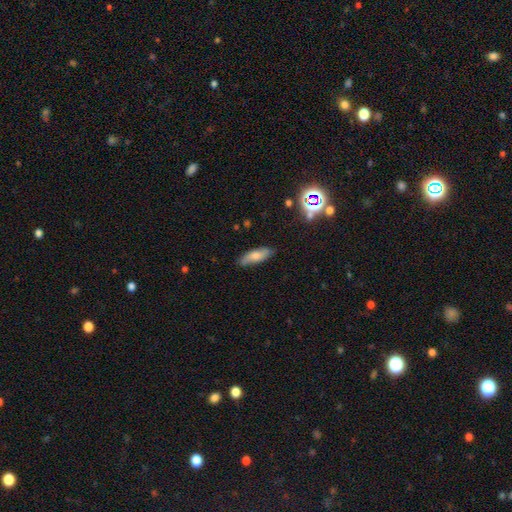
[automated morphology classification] Smooth or featured: smooth — 70% (featured or disk — 22%)
How rounded: in between — 59% (cigar-shaped — 39%)
Merging: none — 83% (minor disturbance — 14%)